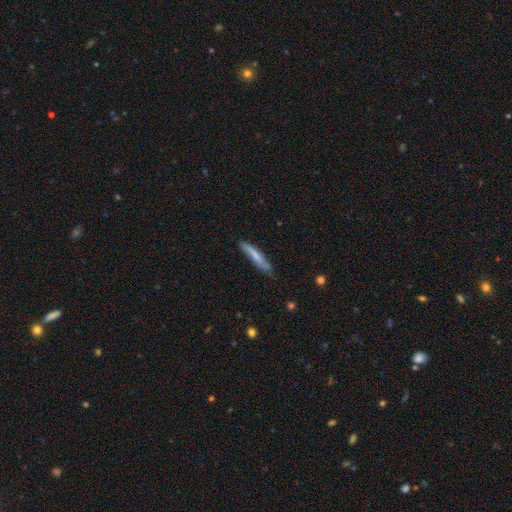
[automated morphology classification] Smooth or featured? smooth (62%)
How rounded? cigar-shaped (91%)
Merging? none (68%)